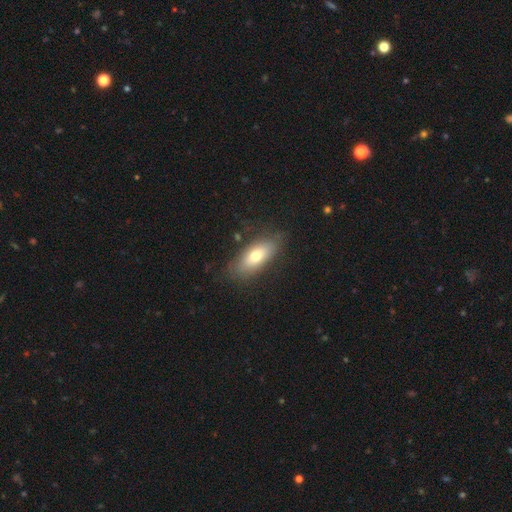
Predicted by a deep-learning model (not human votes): Morphology: type=smooth (67%); roundness=in between (82%); merging=none (79%).